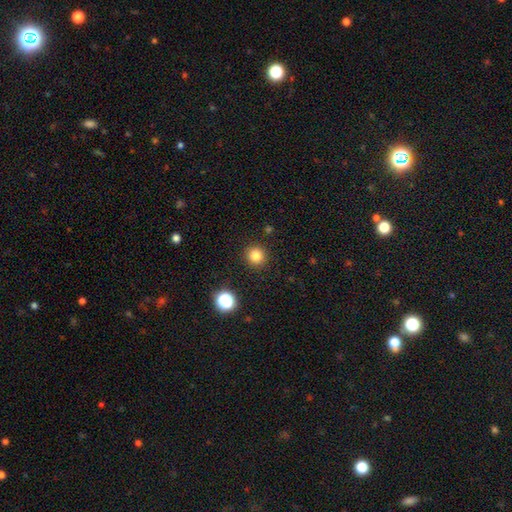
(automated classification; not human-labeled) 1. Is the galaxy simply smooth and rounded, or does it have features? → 82% smooth, 13% star or artifact, 5% featured or disk.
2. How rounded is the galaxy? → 94% round, 5% in between, 1% cigar-shaped.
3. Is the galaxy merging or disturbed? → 92% none, 5% minor disturbance, 2% major disturbance, 1% merger.